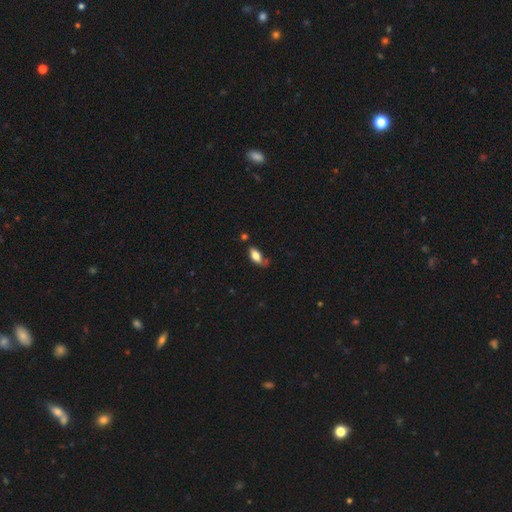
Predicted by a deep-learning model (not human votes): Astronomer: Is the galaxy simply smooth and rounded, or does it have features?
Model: smooth — 77%.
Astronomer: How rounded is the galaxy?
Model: in between — 87%.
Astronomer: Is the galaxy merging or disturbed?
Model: none — 55%.